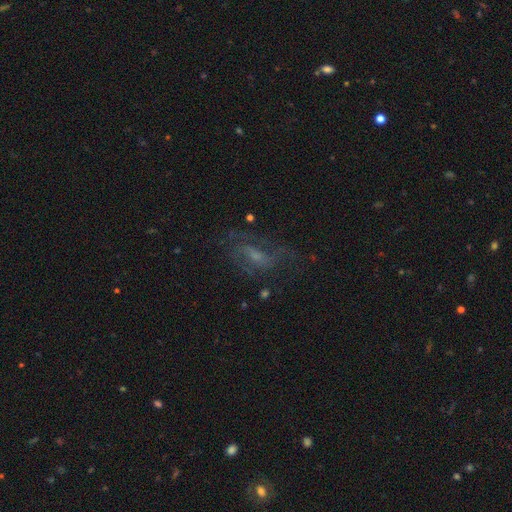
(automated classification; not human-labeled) smooth_or_featured: featured or disk (p=0.57) [alt: smooth p=0.24]
disk_edge_on: no (p=0.91) [alt: yes p=0.09]
bar: no (p=0.44) [alt: weak p=0.43]
has_spiral_arms: yes (p=0.70) [alt: no p=0.30]
bulge_size: small (p=0.43) [alt: moderate p=0.30]
merging: none (p=0.55) [alt: major disturbance p=0.23]